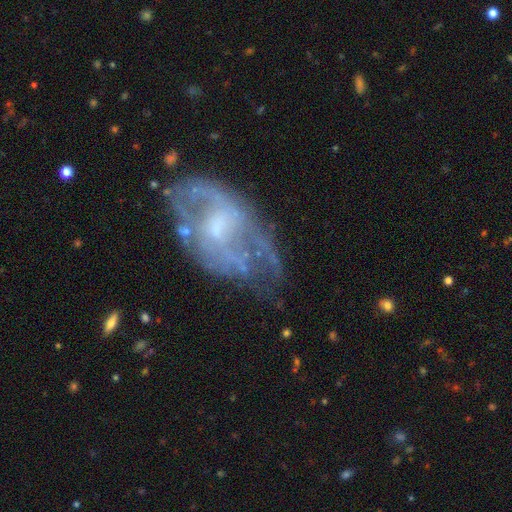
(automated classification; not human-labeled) The model was most divided on "bulge size": small: 49%, moderate: 35%, none: 11%, large: 3%, dominant: 1%. More confident: edge-on disk — no (94%); smooth or featured — featured or disk (71%); spiral arms — yes (61%); bar — no (60%); merging — none (53%).